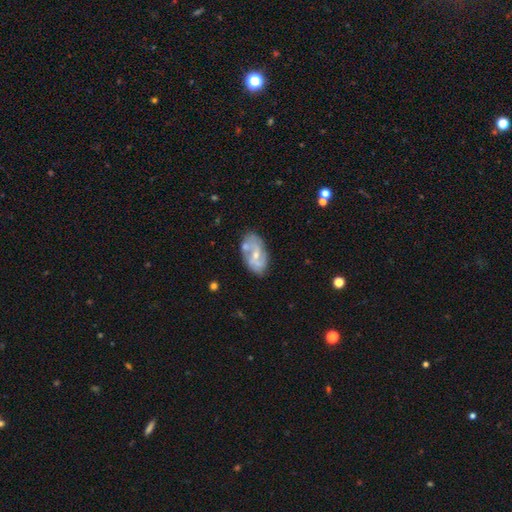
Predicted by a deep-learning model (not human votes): This is likely a featured or disk galaxy (68%). It is clearly not viewed edge-on (96%). Bar: possibly no (53%). Spiral arm pattern: likely yes (72%). Central bulge: possibly small (53%). Merging: likely none (60%).